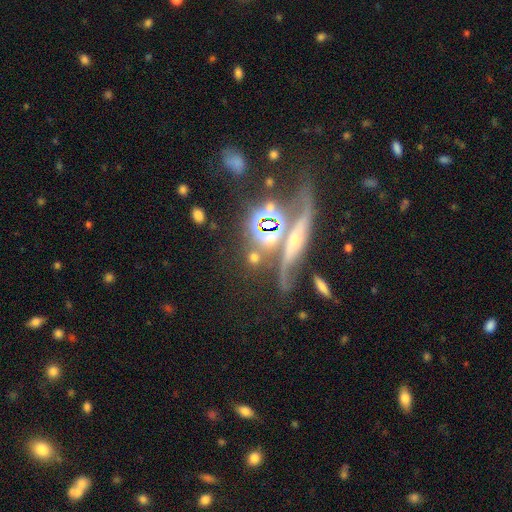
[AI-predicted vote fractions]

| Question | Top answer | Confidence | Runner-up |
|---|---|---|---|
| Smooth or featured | star or artifact | 42% | featured or disk (31%) |